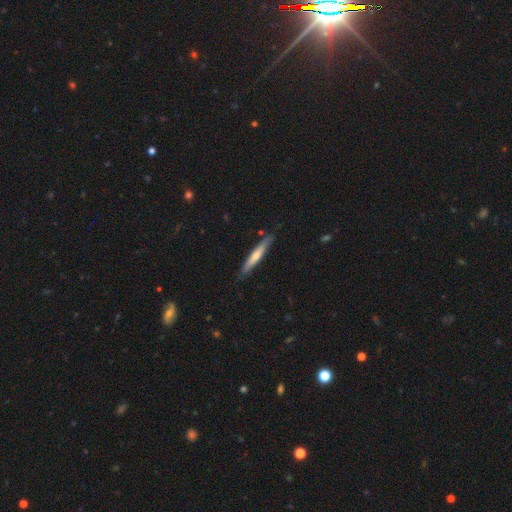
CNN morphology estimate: type=featured or disk (49%); merging=none (86%).